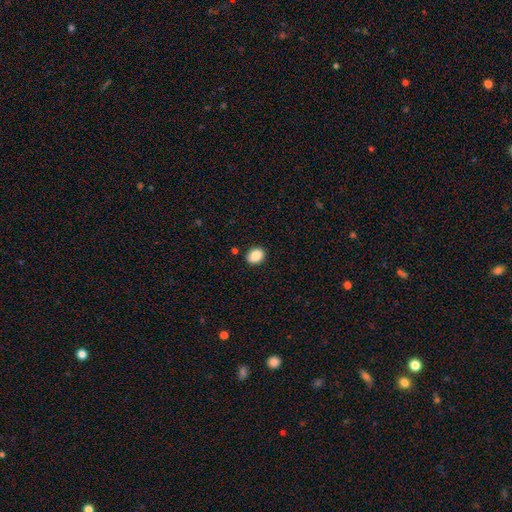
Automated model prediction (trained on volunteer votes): Overall: smooth (88%). How rounded: in between (61%; round 38%). Merging: none (87%).